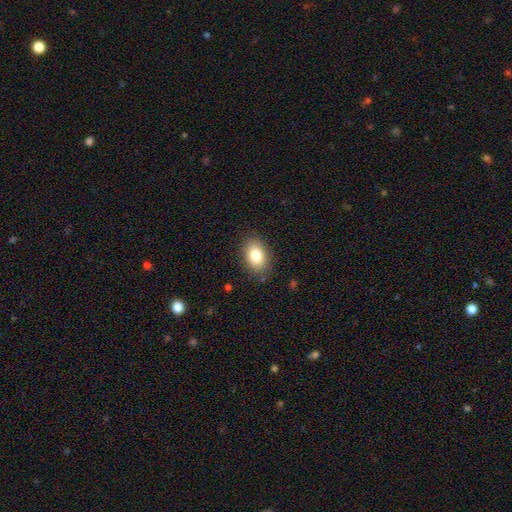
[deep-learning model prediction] A smooth galaxy with no disk features (83%) that is in between round and cigar-shaped (84%). Merging: none (85%).